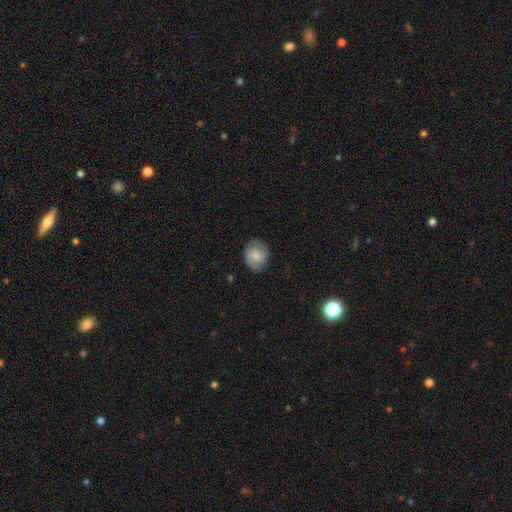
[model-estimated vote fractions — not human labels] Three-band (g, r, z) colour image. It shows a smooth galaxy with no disk features (68%) that is round (69%). Merging: none (76%).